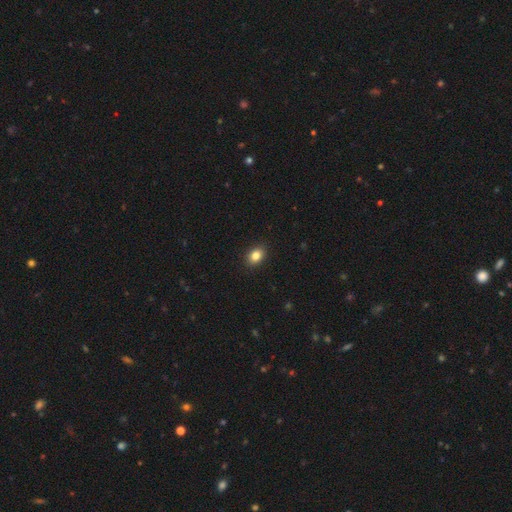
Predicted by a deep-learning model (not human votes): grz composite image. It shows a smooth galaxy with no disk features (84%) that is in between round and cigar-shaped (69%). Merging: none (90%).